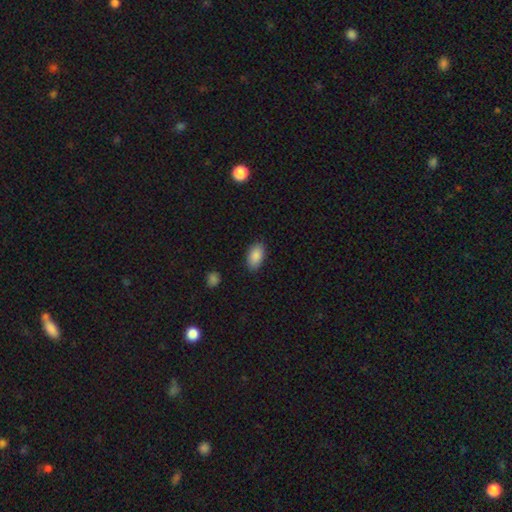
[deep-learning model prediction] Morphology: type=smooth (88%); roundness=in between (93%); merging=none (85%).